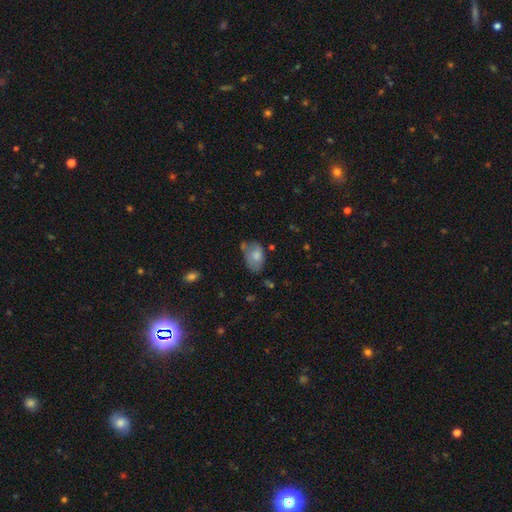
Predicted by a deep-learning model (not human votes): The model was most divided on "merging": none: 46%, minor disturbance: 34%, major disturbance: 12%, merger: 9%. More confident: how rounded — in between (88%); smooth or featured — smooth (75%).